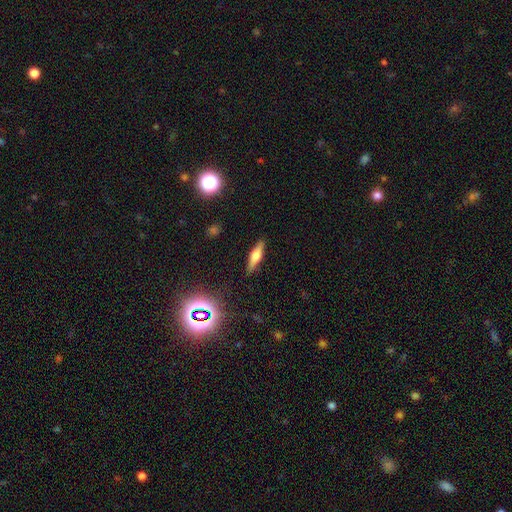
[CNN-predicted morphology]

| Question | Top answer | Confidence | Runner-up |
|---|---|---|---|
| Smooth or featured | featured or disk | 48% | smooth (42%) |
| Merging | none | 88% | minor disturbance (8%) |